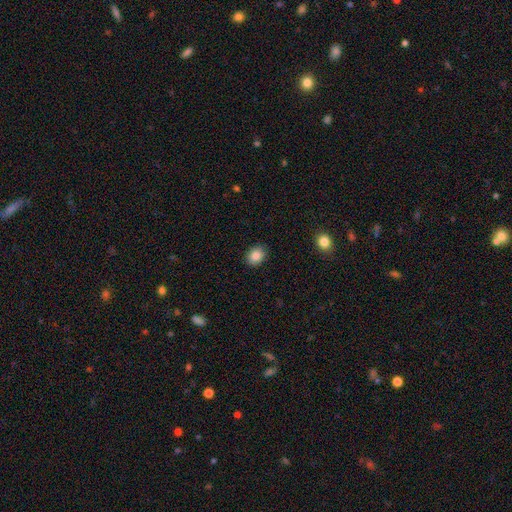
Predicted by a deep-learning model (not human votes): A smooth galaxy with no disk features (87%) that is in between round and cigar-shaped (57%). Merging: none (90%).